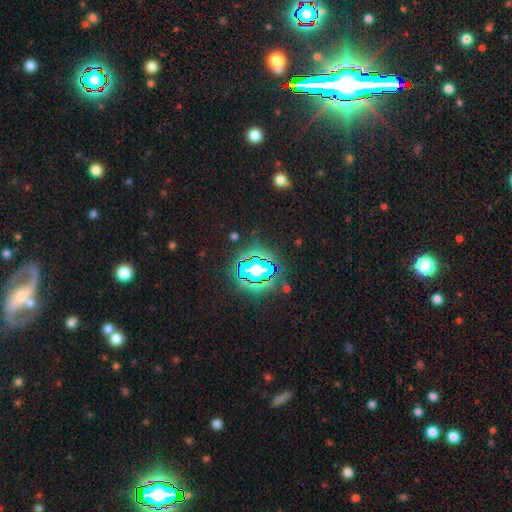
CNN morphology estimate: Smooth or featured: star or artifact — 75% (smooth — 15%)